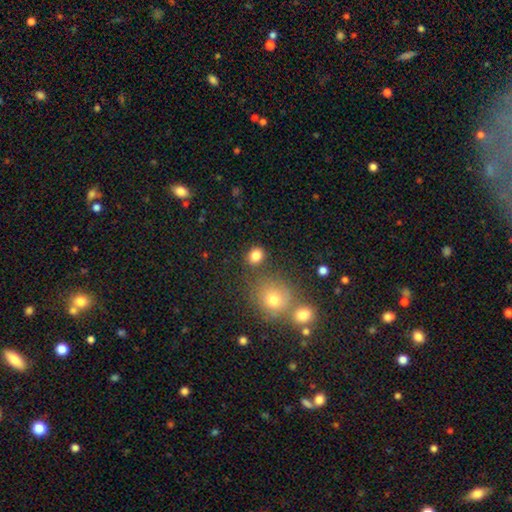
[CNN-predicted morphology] smooth-or-featured: smooth: 83% | star or artifact: 12% | featured or disk: 6%
  how-rounded: round: 61% | in between: 38% | cigar-shaped: 1%
  merging: none: 78% | minor disturbance: 10% | merger: 8% | major disturbance: 4%